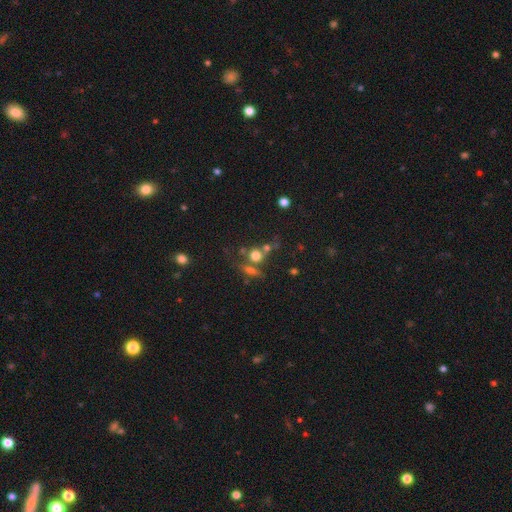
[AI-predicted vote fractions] This is likely a smooth galaxy (66%). How rounded: likely round (79%). Merging: possibly none (51%).